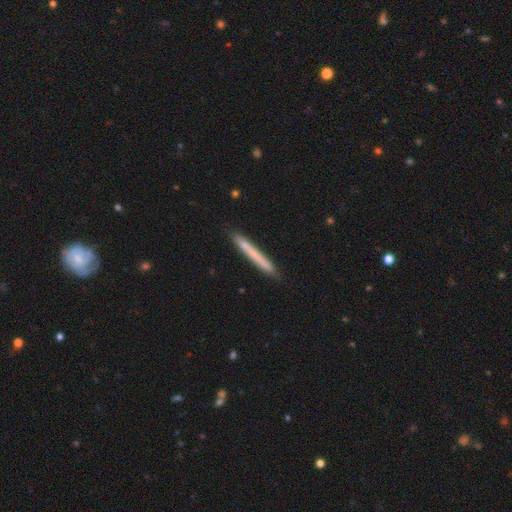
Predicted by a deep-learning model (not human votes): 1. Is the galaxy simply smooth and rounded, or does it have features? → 66% smooth, 28% featured or disk, 6% star or artifact.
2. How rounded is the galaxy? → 97% cigar-shaped, 2% in between, 1% round.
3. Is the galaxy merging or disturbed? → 87% none, 10% minor disturbance, 2% merger, 2% major disturbance.